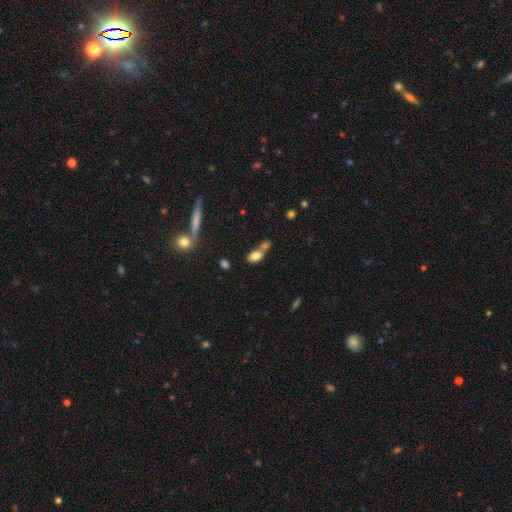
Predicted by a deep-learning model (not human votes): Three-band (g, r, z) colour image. It shows a smooth galaxy with no disk features (76%) that is in between round and cigar-shaped (84%). Merging: merger (43%).